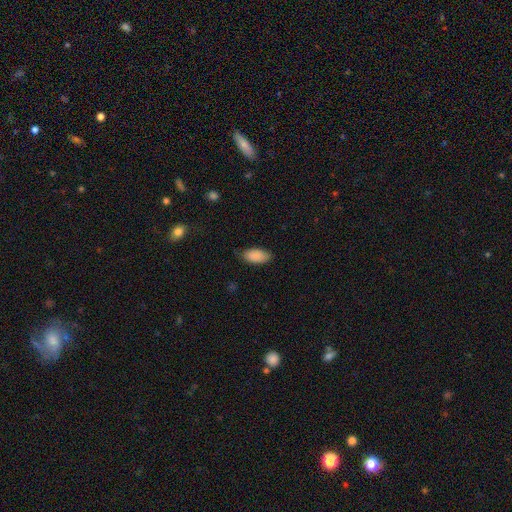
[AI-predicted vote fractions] smooth 89%, star or artifact 7%, featured or disk 5%. Down the decision tree: how rounded — in between (92%); merging — none (77%).